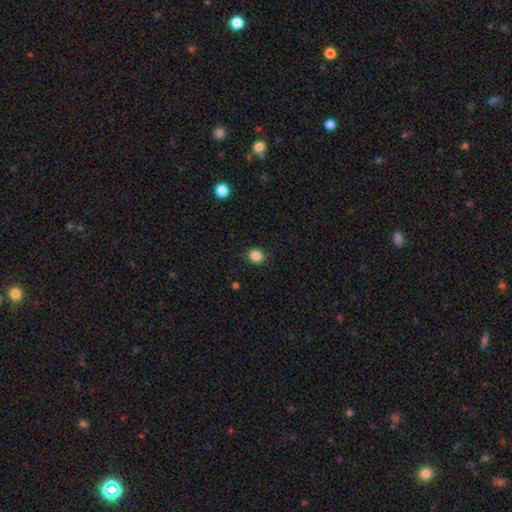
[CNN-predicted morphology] type=smooth (85%); roundness=round (67%); merging=none (82%).